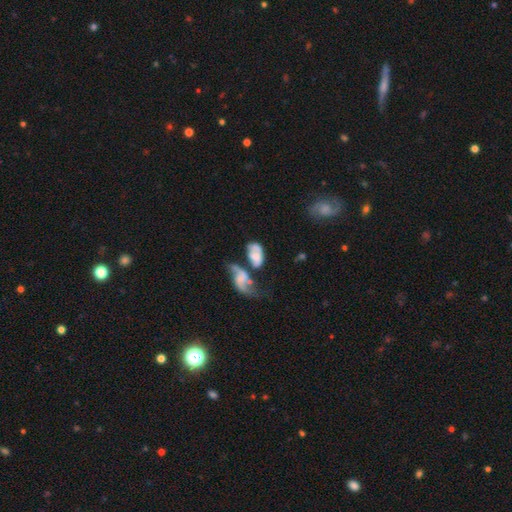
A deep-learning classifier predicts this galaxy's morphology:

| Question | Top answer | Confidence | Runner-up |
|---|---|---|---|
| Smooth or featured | featured or disk | 51% | smooth (41%) |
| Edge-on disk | no | 94% | yes (6%) |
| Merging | merger | 56% | major disturbance (17%) |